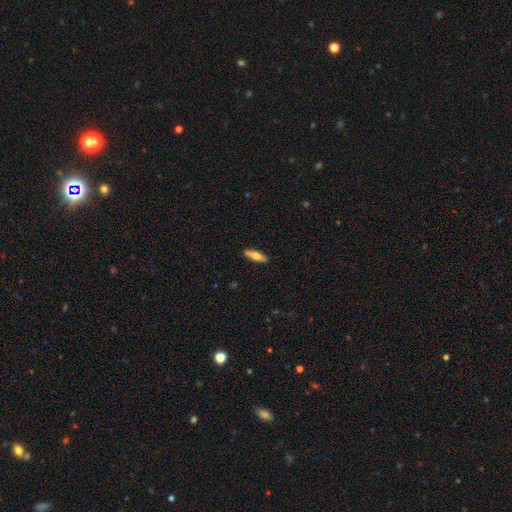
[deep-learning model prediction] This appears to be a smooth galaxy with no disk features (61%) that is cigar-shaped (59%). Merging: none (90%).